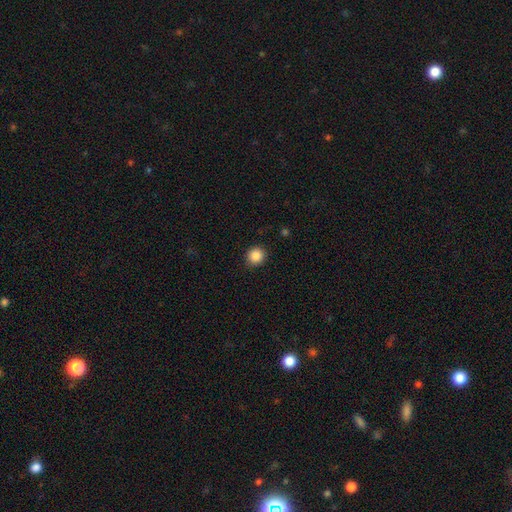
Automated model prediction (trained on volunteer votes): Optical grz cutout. It shows a smooth galaxy with no disk features (87%) that is round (89%). Merging: none (90%).